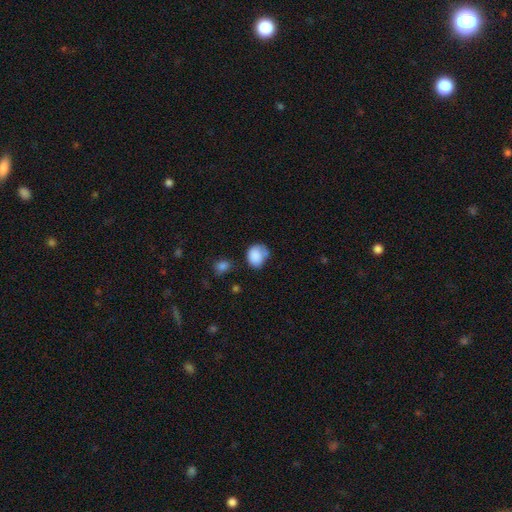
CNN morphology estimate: Smooth or featured?
  - smooth: 84% *
  - star or artifact: 9%
  - featured or disk: 7%
How rounded?
  - round: 55% *
  - in between: 44%
  - cigar-shaped: 1%
Merging?
  - none: 48% *
  - minor disturbance: 32%
  - major disturbance: 12%
  - merger: 8%